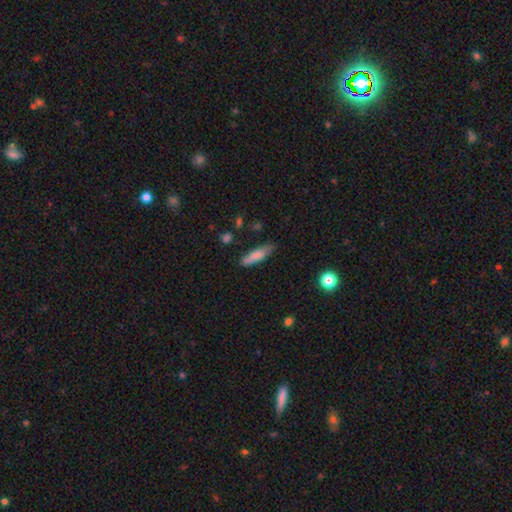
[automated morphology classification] Q: Smooth or featured?
A: smooth (76%); runner-up: featured or disk (17%)
Q: How rounded?
A: cigar-shaped (68%); runner-up: in between (30%)
Q: Merging?
A: none (73%); runner-up: minor disturbance (20%)